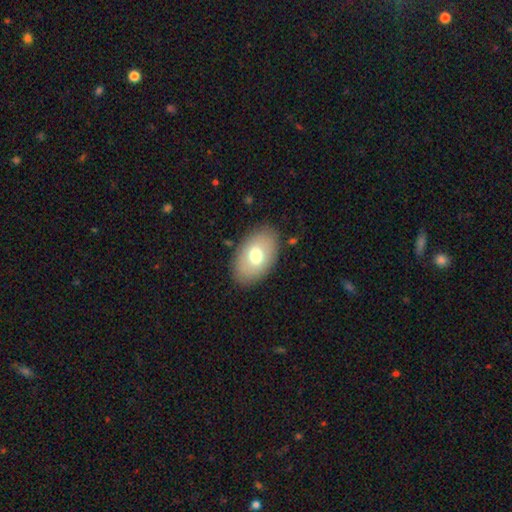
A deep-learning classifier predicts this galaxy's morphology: A smooth galaxy with no disk features (70%) that is in between round and cigar-shaped (90%). Merging: none (84%).